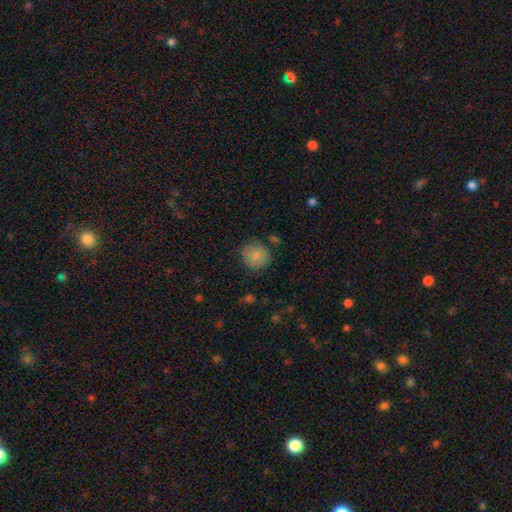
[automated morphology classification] Smooth or featured? Predicted: smooth (p=0.85). How rounded? Predicted: round (p=0.84). Merging? Predicted: none (p=0.79).